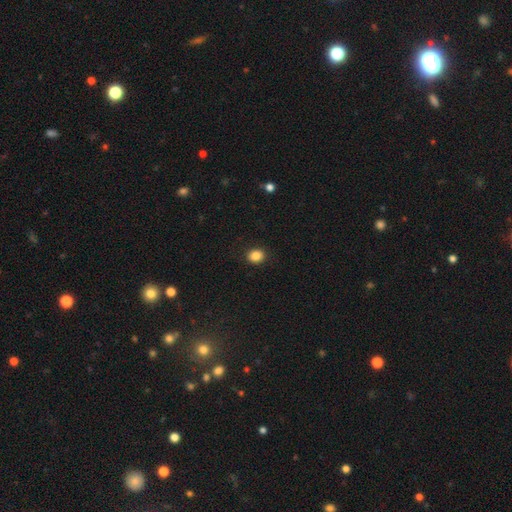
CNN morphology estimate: Overall: smooth (86%). How rounded: round (72%). Merging: none (90%).